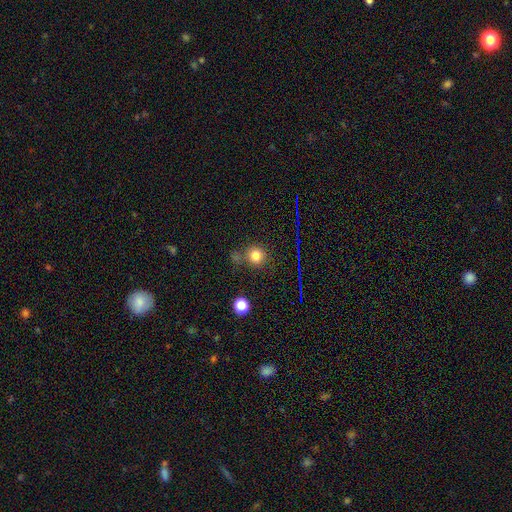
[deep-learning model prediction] Smooth or featured? smooth (76%)
How rounded? round (89%)
Merging? none (68%)